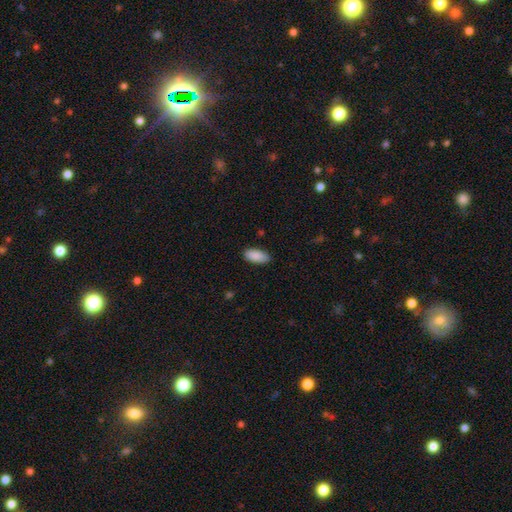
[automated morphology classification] Smooth or featured?
  - smooth: 90% *
  - star or artifact: 6%
  - featured or disk: 4%
How rounded?
  - in between: 90% *
  - cigar-shaped: 8%
  - round: 2%
Merging?
  - none: 87% *
  - minor disturbance: 10%
  - major disturbance: 2%
  - merger: 1%